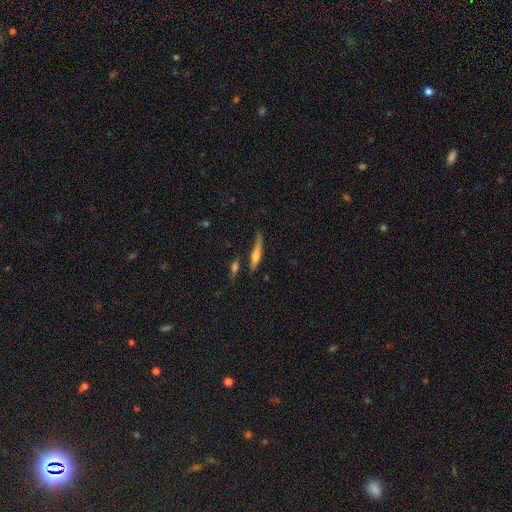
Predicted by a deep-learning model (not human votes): Q: Smooth or featured?
A: featured or disk (50%); runner-up: smooth (42%)
Q: Edge-on disk?
A: yes (94%); runner-up: no (6%)
Q: Merging?
A: none (67%); runner-up: minor disturbance (18%)